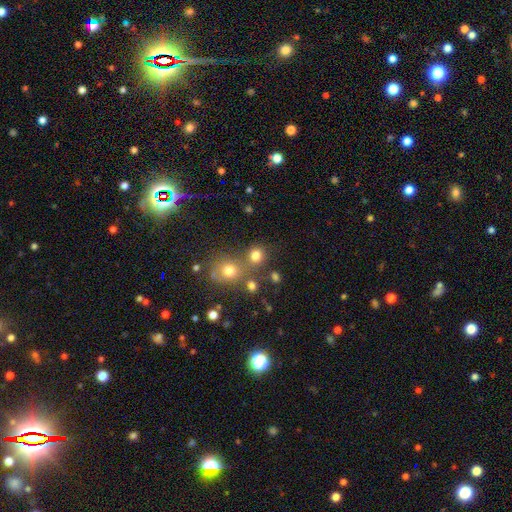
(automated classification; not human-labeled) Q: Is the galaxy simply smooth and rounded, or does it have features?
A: smooth — 76%.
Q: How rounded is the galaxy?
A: round — 82%.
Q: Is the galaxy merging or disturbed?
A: none — 59%.